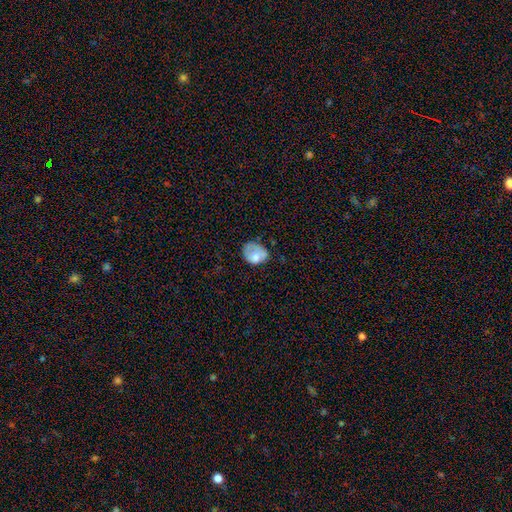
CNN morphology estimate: Smooth or featured? Predicted: smooth (p=0.72). How rounded? Predicted: in between (p=0.55). Merging? Predicted: none (p=0.41).